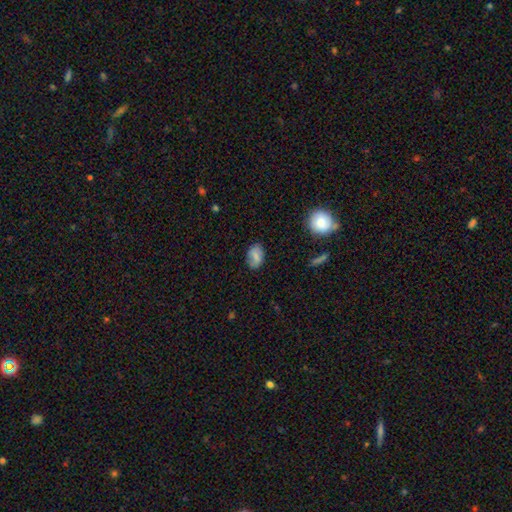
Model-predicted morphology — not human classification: Smooth or featured? Predicted: smooth (p=0.73). How rounded? Predicted: in between (p=0.84). Merging? Predicted: none (p=0.77).